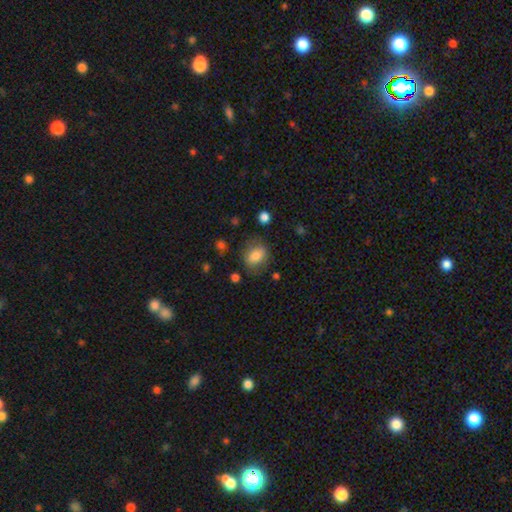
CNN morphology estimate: type=smooth (78%); roundness=in between (53%); merging=none (74%).